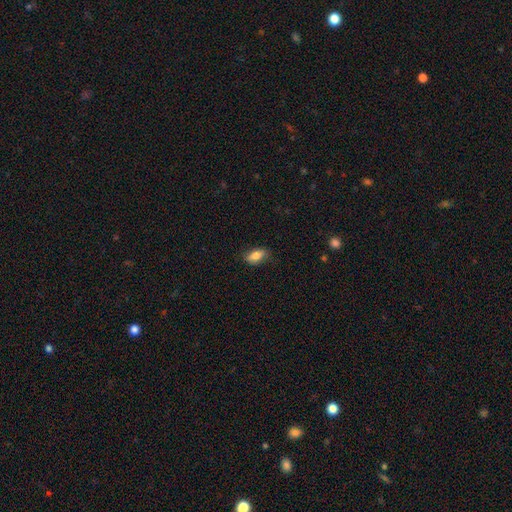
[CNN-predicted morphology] Overall: smooth (80%). How rounded: in between (87%). Merging: none (74%).